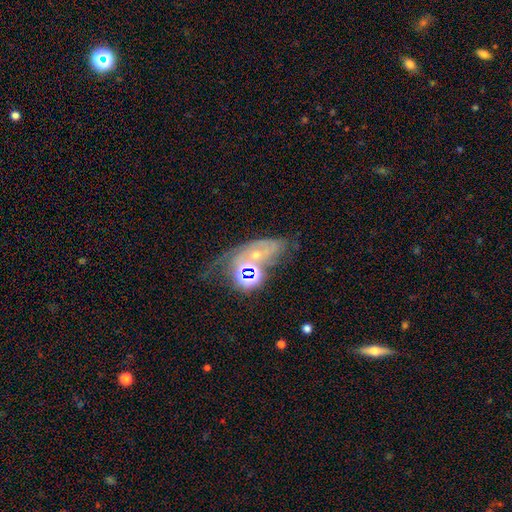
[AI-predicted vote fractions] Overall: featured or disk (59%; star or artifact 24%). Edge-on disk: no (93%). Bar: no (65%). Spiral arms: yes (79%). Bulge size: small (61%; moderate 33%). Merging: none (45%; minor disturbance 22%).